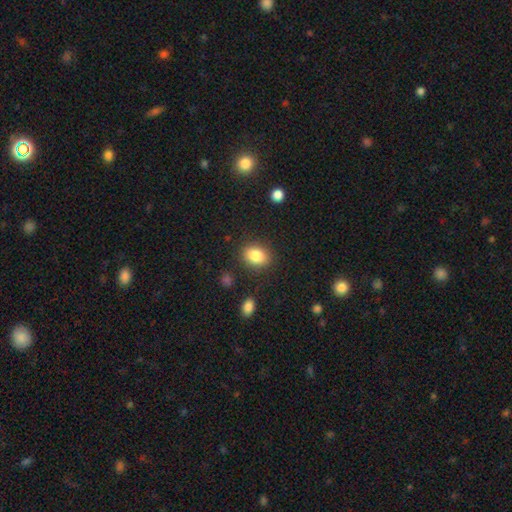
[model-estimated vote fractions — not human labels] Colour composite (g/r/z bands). It shows a smooth galaxy with no disk features (85%) that is in between round and cigar-shaped (68%). Merging: none (85%).